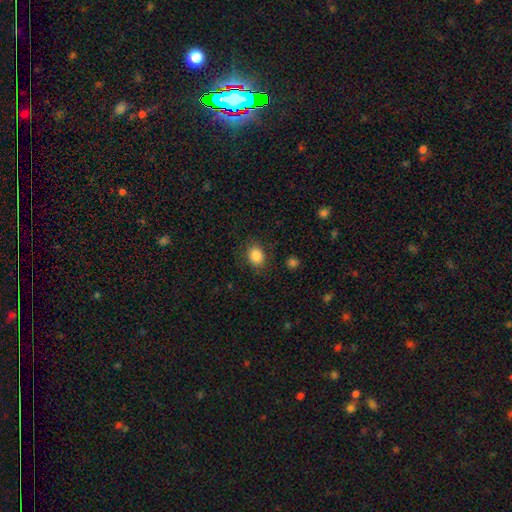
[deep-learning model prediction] Smooth or featured: smooth — 85% (star or artifact — 10%)
How rounded: round — 52% (in between — 48%)
Merging: none — 83% (minor disturbance — 11%)